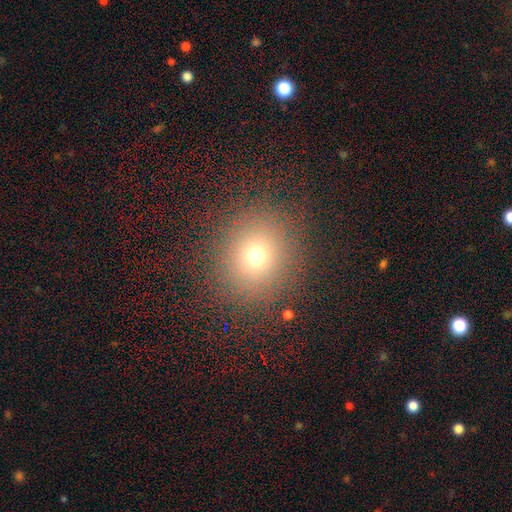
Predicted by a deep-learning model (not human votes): Morphology: type=smooth (69%); roundness=round (85%); merging=none (87%).